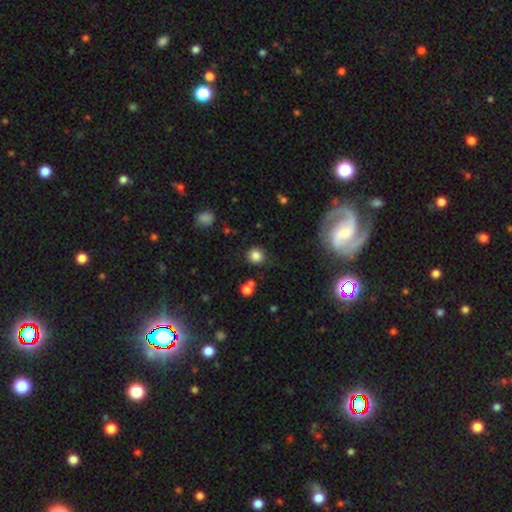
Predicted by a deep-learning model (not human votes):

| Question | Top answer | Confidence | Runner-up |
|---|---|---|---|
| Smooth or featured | smooth | 83% | star or artifact (12%) |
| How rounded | round | 88% | in between (11%) |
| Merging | none | 84% | minor disturbance (9%) |